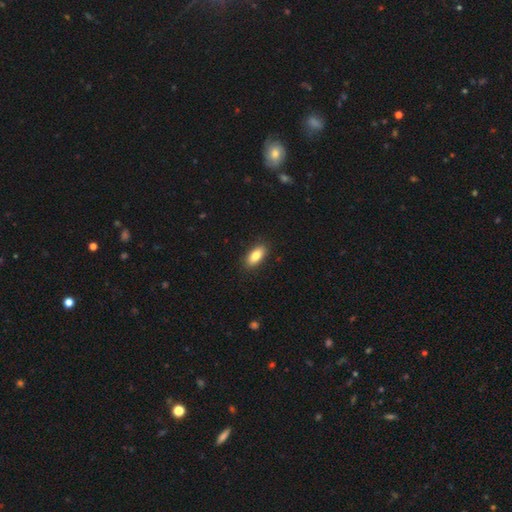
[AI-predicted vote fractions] Smooth or featured? Predicted: smooth (p=0.82). How rounded? Predicted: in between (p=0.88). Merging? Predicted: none (p=0.89).